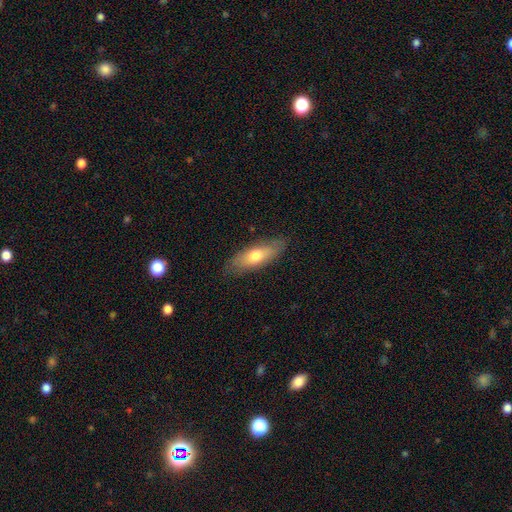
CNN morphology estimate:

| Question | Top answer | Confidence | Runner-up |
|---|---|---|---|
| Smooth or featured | smooth | 67% | featured or disk (28%) |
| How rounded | in between | 64% | cigar-shaped (33%) |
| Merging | none | 81% | minor disturbance (15%) |